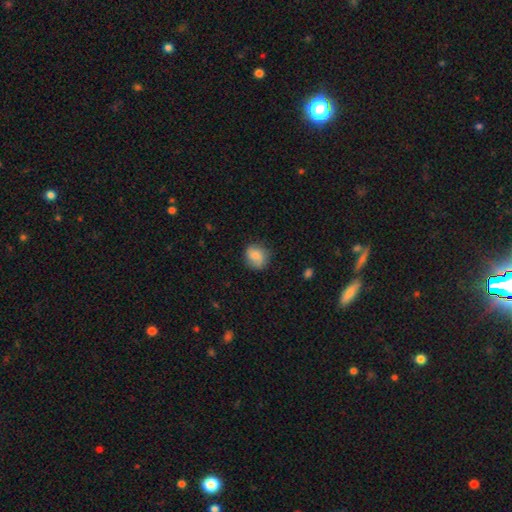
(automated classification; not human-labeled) The model was most divided on "merging": none: 73%, minor disturbance: 20%, major disturbance: 5%, merger: 1%. More confident: smooth or featured — smooth (79%); how rounded — round (76%).